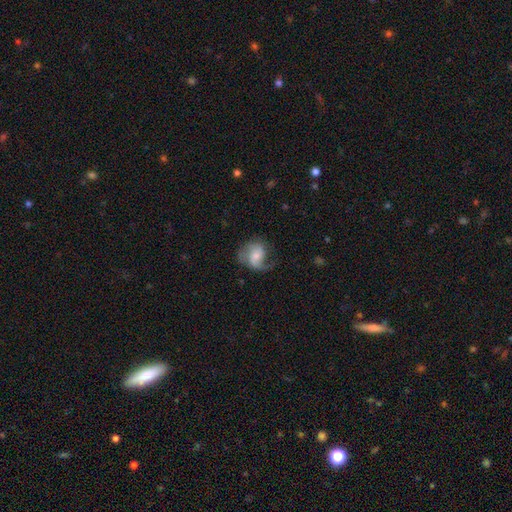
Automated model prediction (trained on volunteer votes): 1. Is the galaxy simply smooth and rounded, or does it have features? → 54% featured or disk, 38% smooth, 8% star or artifact.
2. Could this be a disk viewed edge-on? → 97% no, 3% yes.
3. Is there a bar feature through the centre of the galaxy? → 56% no, 35% weak, 9% strong.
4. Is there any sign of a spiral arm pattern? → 86% yes, 14% no.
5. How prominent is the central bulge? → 40% small, 38% moderate, 11% none, 9% large, 2% dominant.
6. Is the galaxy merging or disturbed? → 46% none, 27% major disturbance, 25% minor disturbance, 2% merger.